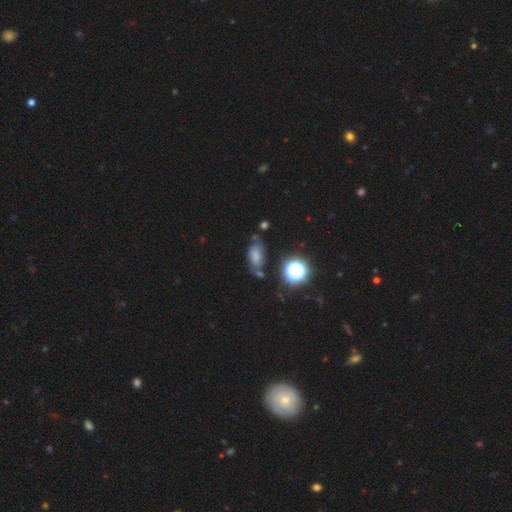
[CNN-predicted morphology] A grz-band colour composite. It shows a smooth galaxy with no disk features (64%) that is in between round and cigar-shaped (84%). Merging: none (57%).